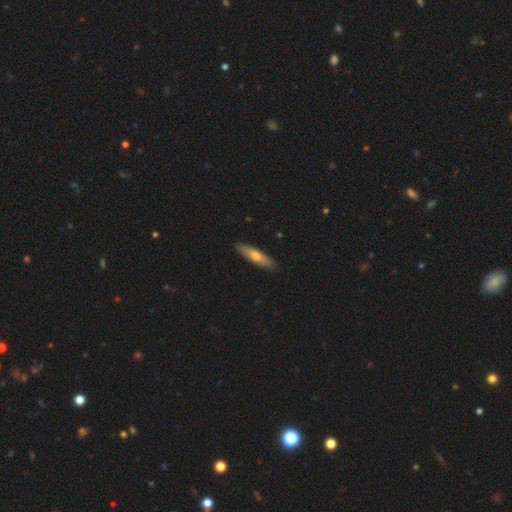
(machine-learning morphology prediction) A smooth galaxy with no disk features (65%) that is cigar-shaped (70%). Merging: none (89%).